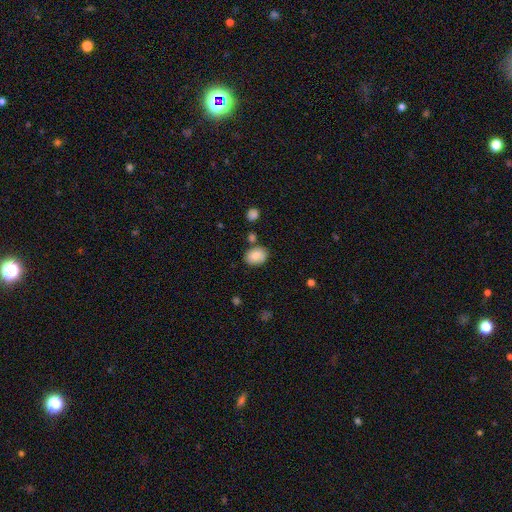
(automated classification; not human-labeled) The model was most divided on "how rounded": in between: 63%, round: 36%, cigar-shaped: 1%. More confident: smooth or featured — smooth (81%); merging — none (77%).